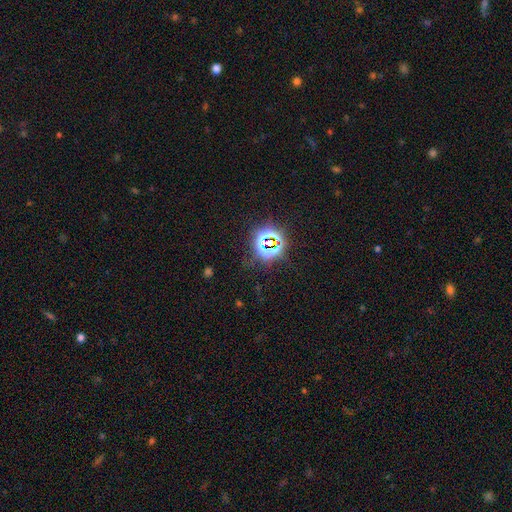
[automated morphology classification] Smooth or featured: star or artifact — 81% (smooth — 12%)